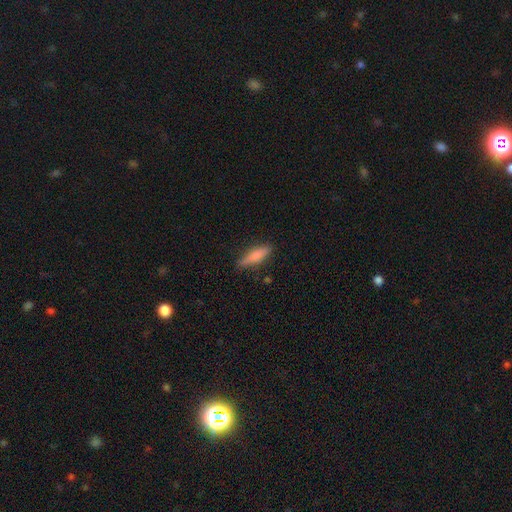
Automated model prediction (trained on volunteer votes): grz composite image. It shows a smooth galaxy with no disk features (73%) that is cigar-shaped (73%). Merging: none (84%).